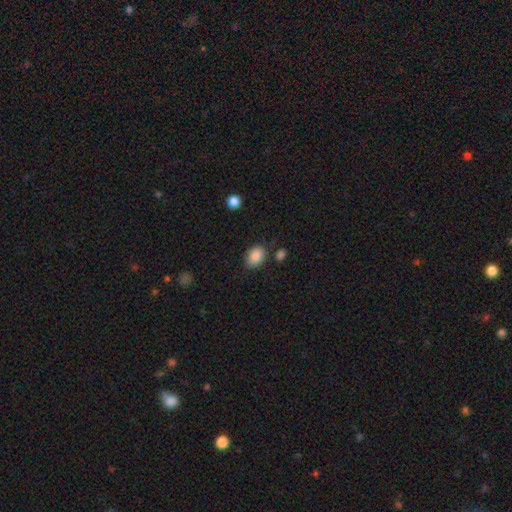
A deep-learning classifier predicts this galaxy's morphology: Smooth or featured? Predicted: smooth (p=0.86). How rounded? Predicted: in between (p=0.77). Merging? Predicted: none (p=0.67).